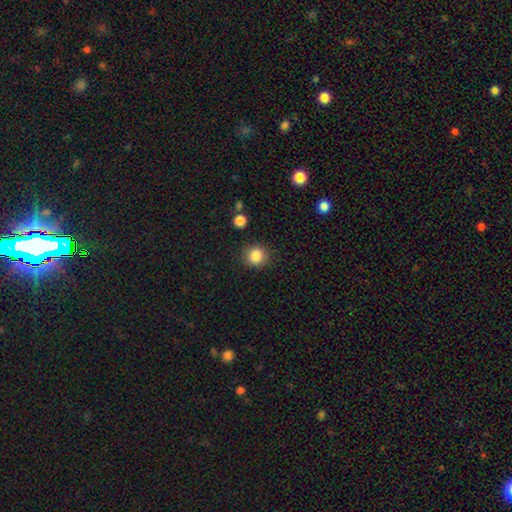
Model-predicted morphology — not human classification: A smooth galaxy with no disk features (85%) that is round (88%). Merging: none (88%).